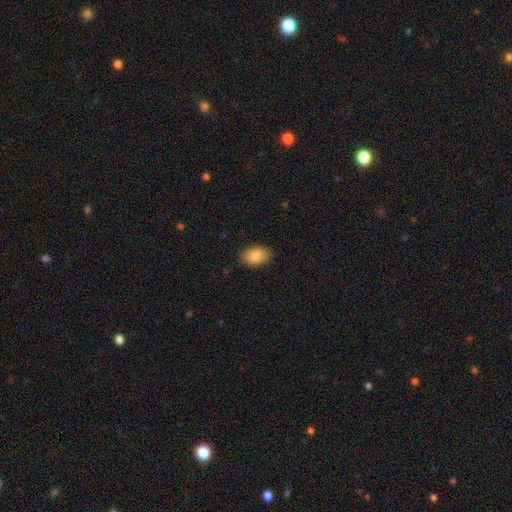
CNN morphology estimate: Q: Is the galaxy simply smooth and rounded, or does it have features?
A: smooth — 85%.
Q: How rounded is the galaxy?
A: in between — 91%.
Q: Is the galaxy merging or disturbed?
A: none — 87%.